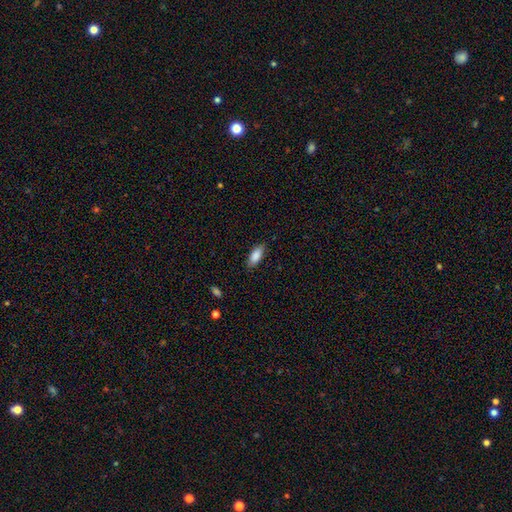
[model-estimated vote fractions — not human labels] smooth 87%, featured or disk 7%, star or artifact 6%. Down the decision tree: how rounded — in between (80%); merging — none (85%).